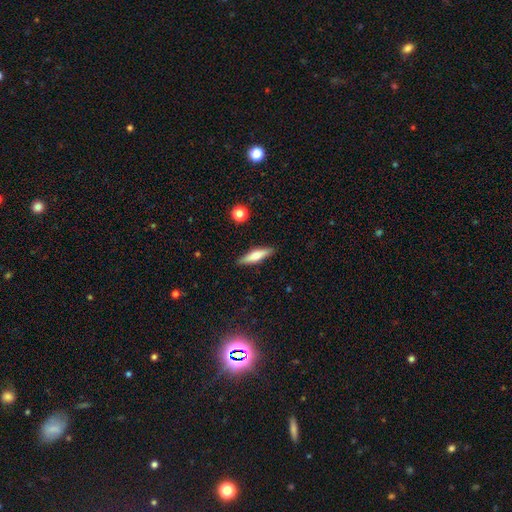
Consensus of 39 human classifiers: featured or disk 51%, smooth 44%, star or artifact 5%. Down the decision tree: edge-on disk — yes (90%); edge-on bulge — rounded (83%); merging — none (95%).